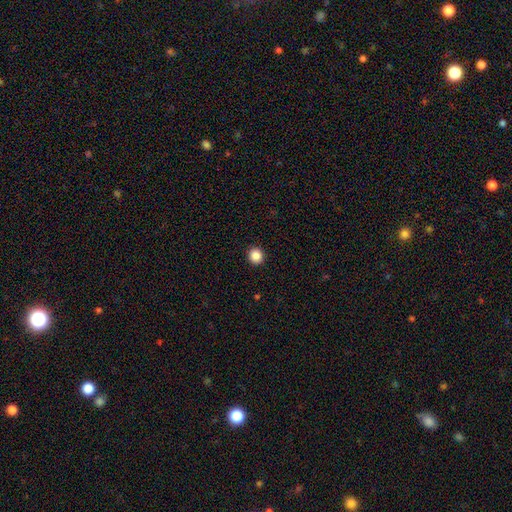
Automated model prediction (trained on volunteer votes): Smooth or featured? Predicted: smooth (p=0.87). How rounded? Predicted: round (p=0.90). Merging? Predicted: none (p=0.93).